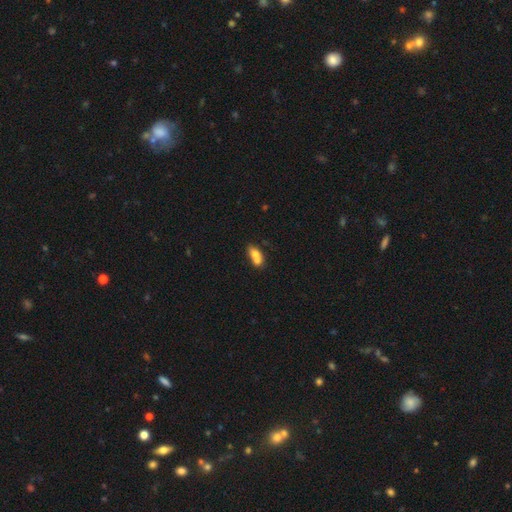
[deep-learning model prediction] This is likely a smooth galaxy (68%). How rounded: likely in between (77%). Merging: possibly merger (58%).